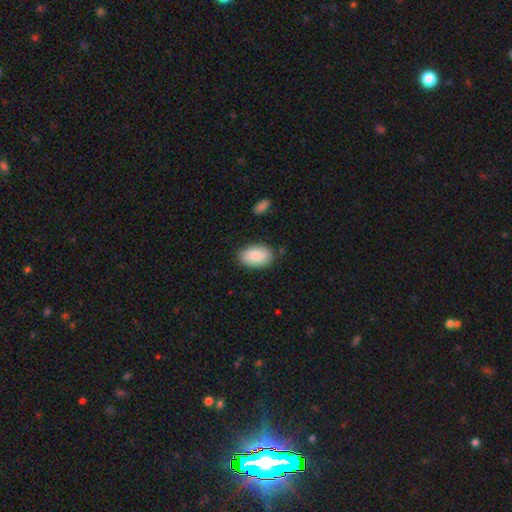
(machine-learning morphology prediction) smooth 84%, featured or disk 10%, star or artifact 6%. Down the decision tree: how rounded — in between (91%); merging — none (82%).